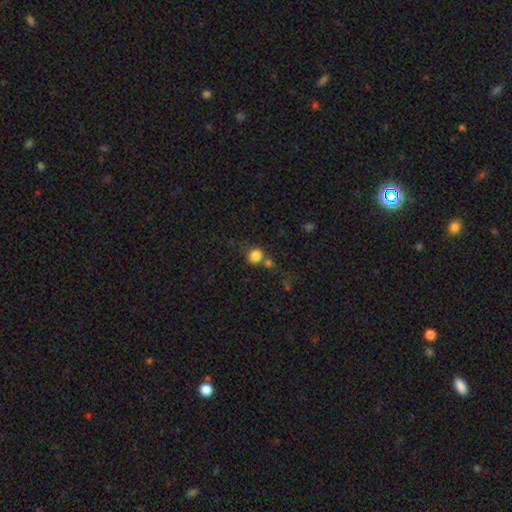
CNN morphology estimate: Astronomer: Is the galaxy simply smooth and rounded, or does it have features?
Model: smooth — 83%.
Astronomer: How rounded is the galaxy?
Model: round — 82%.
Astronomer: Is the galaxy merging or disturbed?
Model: none — 61%.